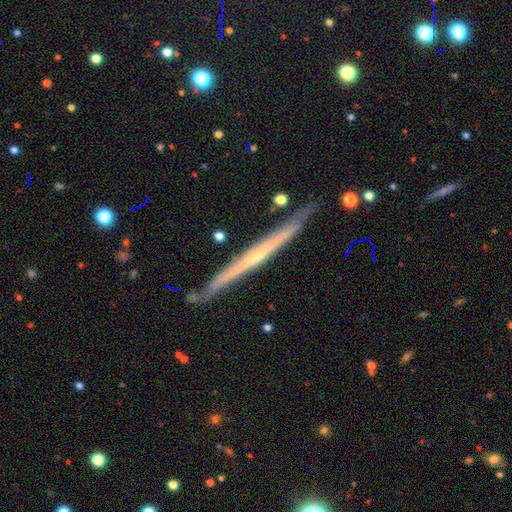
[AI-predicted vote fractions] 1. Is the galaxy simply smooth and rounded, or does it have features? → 76% featured or disk, 18% smooth, 7% star or artifact.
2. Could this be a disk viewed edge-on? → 97% yes, 3% no.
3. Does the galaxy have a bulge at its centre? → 60% none, 36% rounded, 4% boxy.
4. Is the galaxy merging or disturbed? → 87% none, 10% minor disturbance, 2% merger, 2% major disturbance.